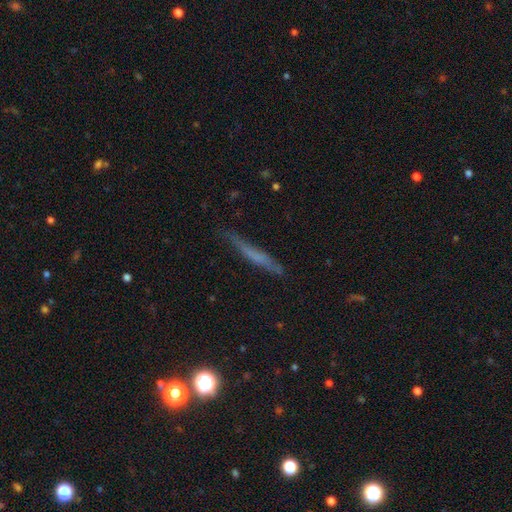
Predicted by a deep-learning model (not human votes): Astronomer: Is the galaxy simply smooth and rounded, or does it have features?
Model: smooth — 45% (runner-up: featured or disk, 44%).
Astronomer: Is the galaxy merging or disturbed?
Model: none — 77%.